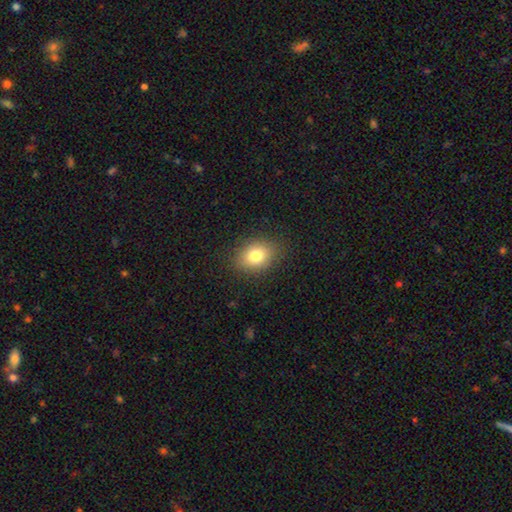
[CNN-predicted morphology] The model was most divided on "how rounded": in between: 60%, round: 39%, cigar-shaped: 1%. More confident: merging — none (86%); smooth or featured — smooth (79%).